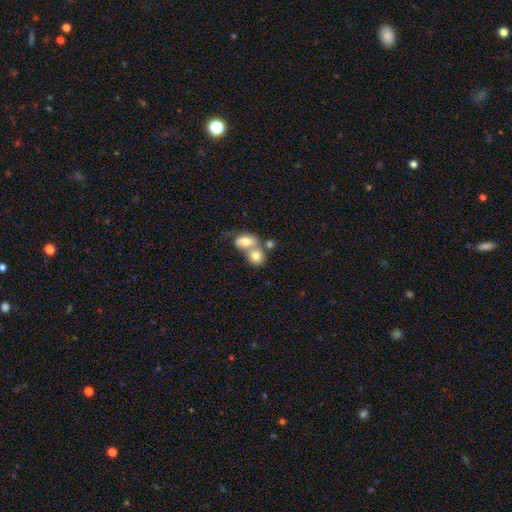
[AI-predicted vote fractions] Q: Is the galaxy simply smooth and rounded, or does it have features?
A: smooth — 75%.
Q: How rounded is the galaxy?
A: round — 52%.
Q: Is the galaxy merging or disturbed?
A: merger — 65%.